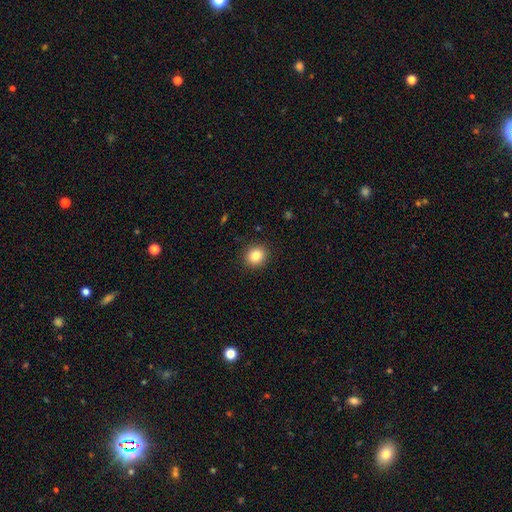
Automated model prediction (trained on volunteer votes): Overall: smooth (84%). How rounded: round (80%). Merging: none (91%).